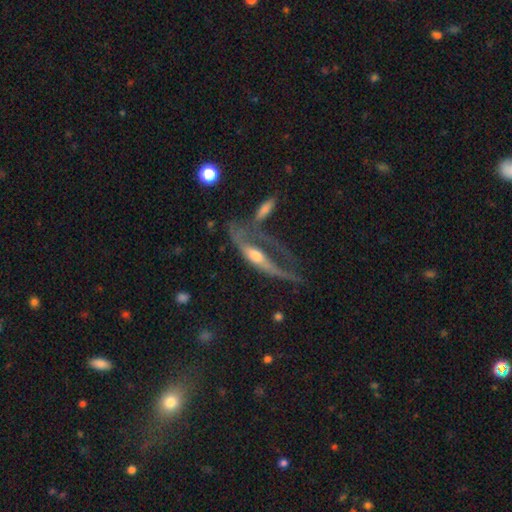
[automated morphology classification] Overall: featured or disk (70%). Edge-on disk: no (51%; yes 49%). Merging: major disturbance (43%; merger 21%).